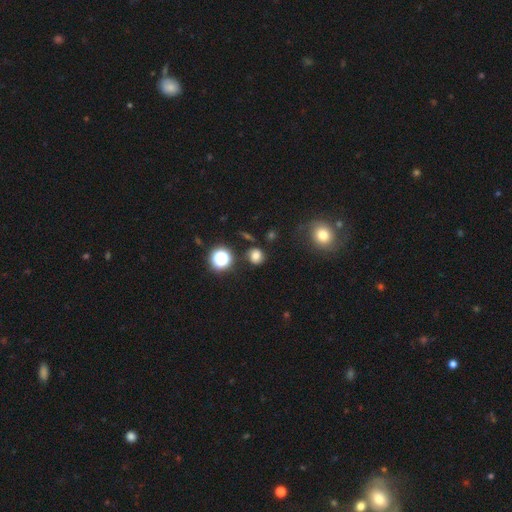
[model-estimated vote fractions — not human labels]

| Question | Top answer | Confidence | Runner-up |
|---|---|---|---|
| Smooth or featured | smooth | 73% | star or artifact (18%) |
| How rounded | round | 84% | in between (15%) |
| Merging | none | 79% | minor disturbance (12%) |